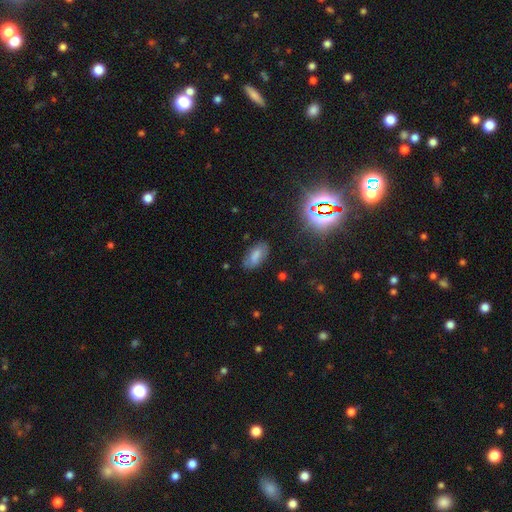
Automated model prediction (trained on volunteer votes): Smooth or featured? Predicted: smooth (p=0.69). How rounded? Predicted: in between (p=0.90). Merging? Predicted: none (p=0.76).